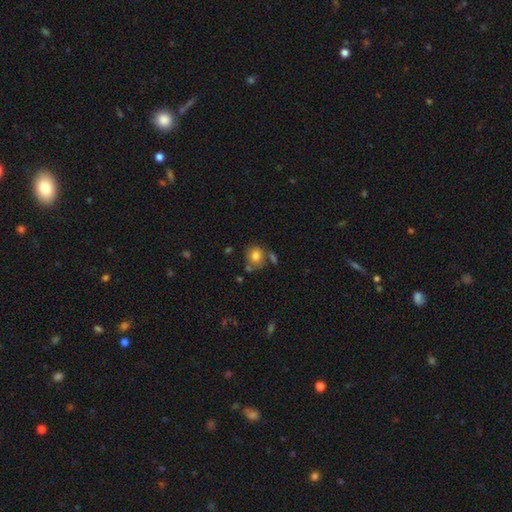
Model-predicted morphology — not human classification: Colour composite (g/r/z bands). It shows a smooth galaxy with no disk features (80%) that is round (77%). Merging: none (62%).